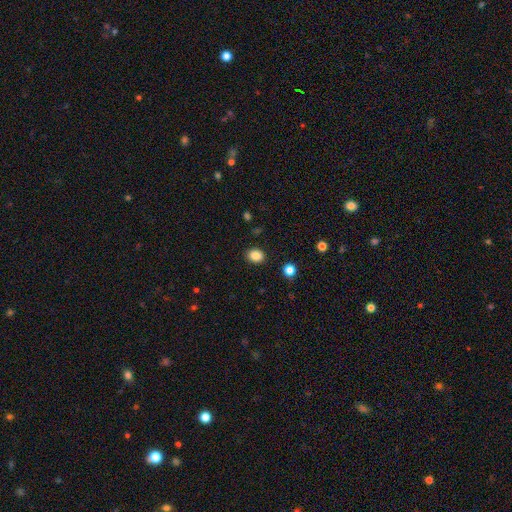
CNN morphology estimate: Q: Smooth or featured?
A: smooth (87%); runner-up: star or artifact (10%)
Q: How rounded?
A: round (52%); runner-up: in between (47%)
Q: Merging?
A: none (90%); runner-up: minor disturbance (7%)